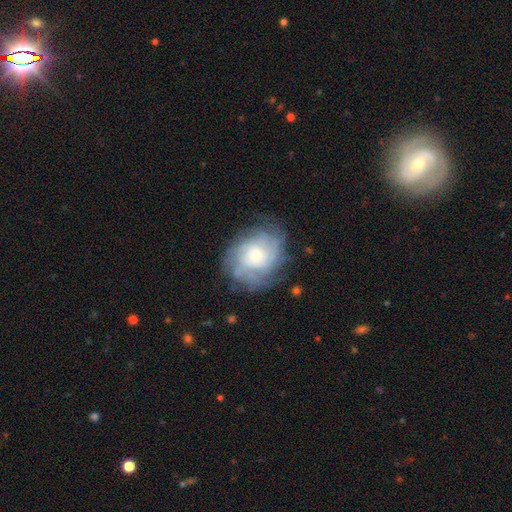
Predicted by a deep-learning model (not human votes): A featured or disk galaxy (71%) with no bar (78%), tight (58%) spiral arms (88%) and a small central bulge (53%).

Vote fractions:
- Smooth or featured? featured or disk: 71% / smooth: 21% / star or artifact: 7%
- Edge-on disk? no: 97% / yes: 3%
- Bar? no: 78% / weak: 19% / strong: 3%
- Spiral arms? yes: 88% / no: 12%
- Spiral winding? tight: 58% / medium: 31% / loose: 11%
- Spiral arm count? can't tell: 47% / 4: 14% / 3: 14% / 2: 12% / more than 4: 7% / 1: 5%
- Bulge size? small: 53% / moderate: 38% / large: 5% / none: 2% / dominant: 1%
- Merging? none: 69% / minor disturbance: 19% / major disturbance: 10% / merger: 2%